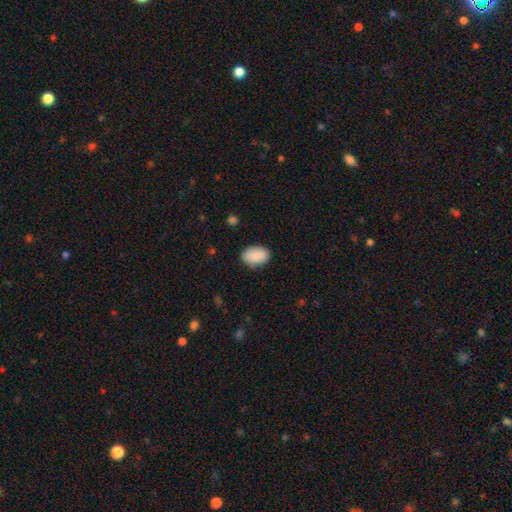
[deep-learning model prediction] Overall: smooth (90%). How rounded: in between (87%). Merging: none (83%).